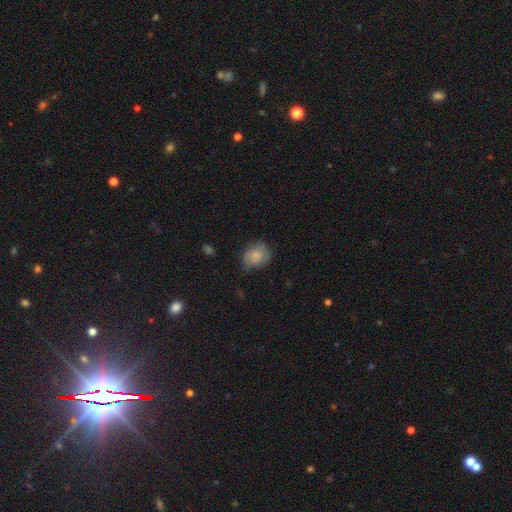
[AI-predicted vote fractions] This is likely a smooth galaxy (69%). How rounded: possibly round (56%). Merging: possibly none (60%).